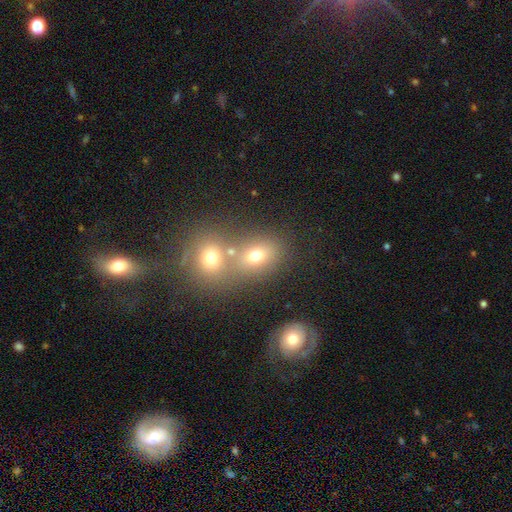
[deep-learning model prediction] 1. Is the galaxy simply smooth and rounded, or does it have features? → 70% smooth, 16% star or artifact, 14% featured or disk.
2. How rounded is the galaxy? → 57% round, 42% in between, 1% cigar-shaped.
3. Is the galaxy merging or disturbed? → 45% none, 43% merger, 8% minor disturbance, 4% major disturbance.